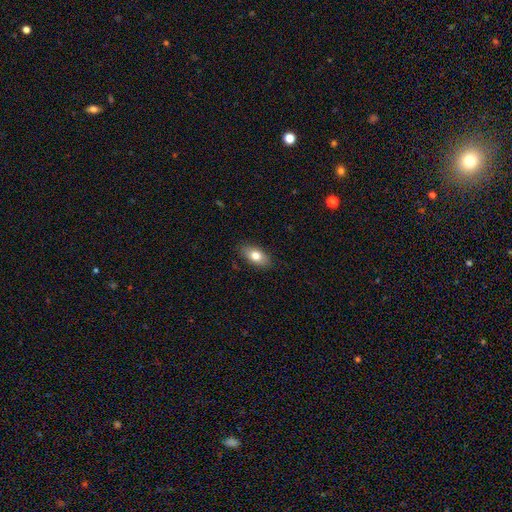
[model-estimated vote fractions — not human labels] smooth-or-featured: smooth: 76% | featured or disk: 17% | star or artifact: 7%
  how-rounded: in between: 89% | round: 6% | cigar-shaped: 5%
  merging: none: 86% | minor disturbance: 10% | major disturbance: 2% | merger: 1%